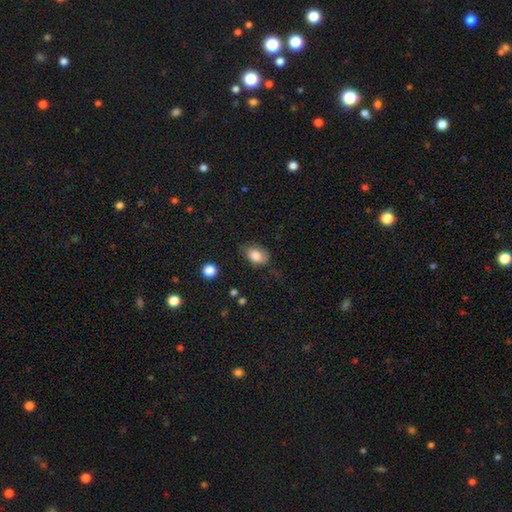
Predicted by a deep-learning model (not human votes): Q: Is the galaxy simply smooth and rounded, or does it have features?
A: smooth — 81%.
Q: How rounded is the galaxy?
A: in between — 82%.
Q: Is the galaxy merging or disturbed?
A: none — 58%.